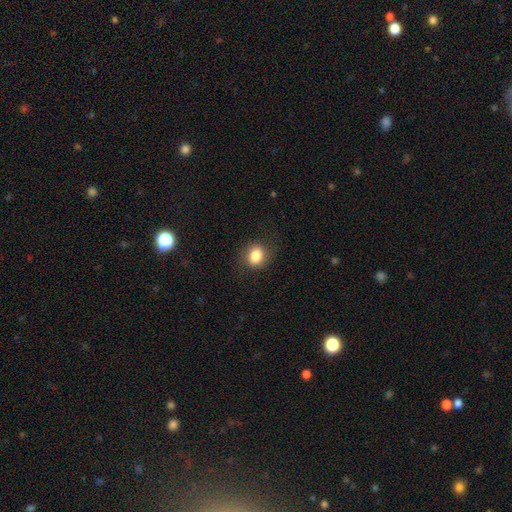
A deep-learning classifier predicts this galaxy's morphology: Smooth or featured? smooth (84%)
How rounded? round (58%)
Merging? none (82%)